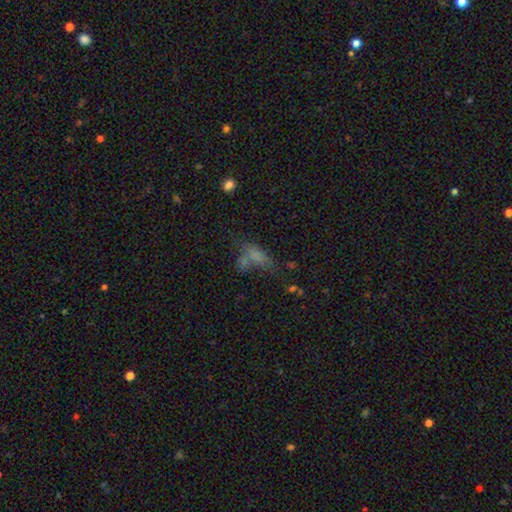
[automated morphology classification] Smooth or featured? Predicted: smooth (p=0.66). How rounded? Predicted: in between (p=0.70). Merging? Predicted: none (p=0.36).